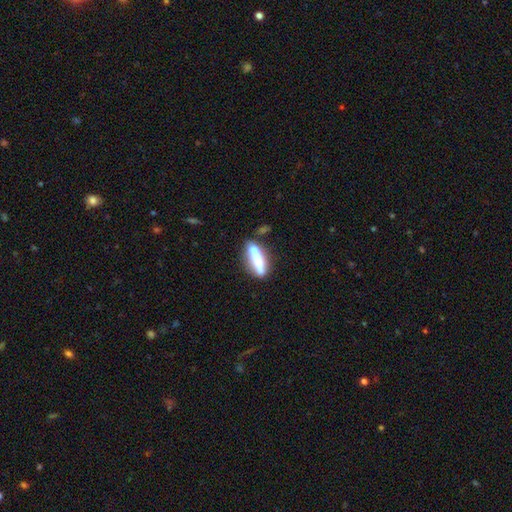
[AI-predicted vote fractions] Smooth or featured? Predicted: smooth (p=0.52). How rounded? Predicted: cigar-shaped (p=0.73). Merging? Predicted: none (p=0.64).